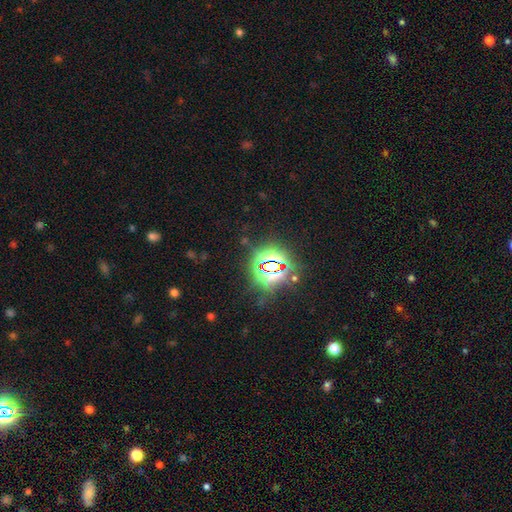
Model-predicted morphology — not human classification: This is likely a star or artifact rather than a galaxy (80%).